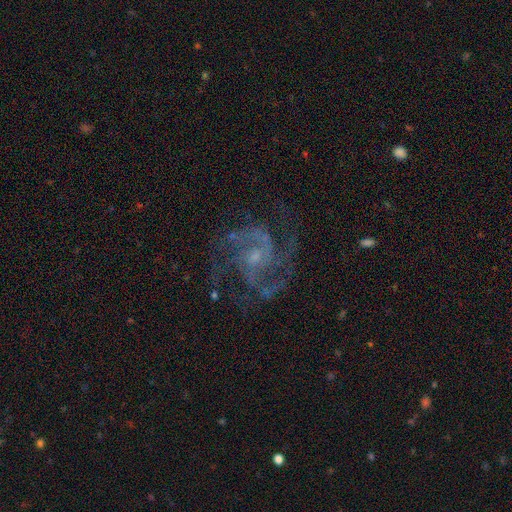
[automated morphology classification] Overall: featured or disk (90%). Edge-on disk: no (98%). Bar: no (53%; weak 39%). Spiral arms: yes (97%). Spiral arm count: 2 (51%; 3 26%). Spiral winding: medium (59%; tight 27%). Bulge size: small (64%; moderate 26%). Merging: none (72%).